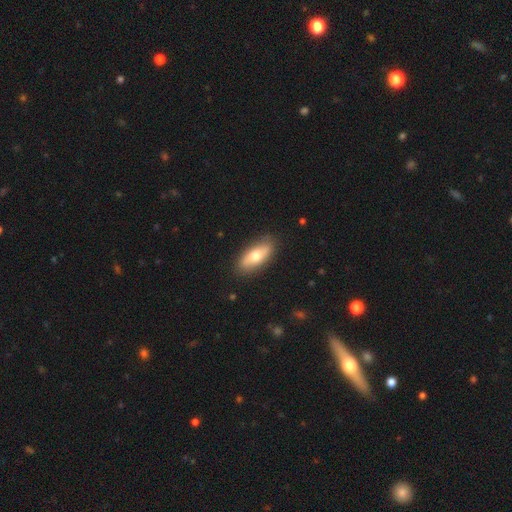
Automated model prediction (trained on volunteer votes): A smooth galaxy with no disk features (66%) that is in between round and cigar-shaped (81%). Merging: none (85%).